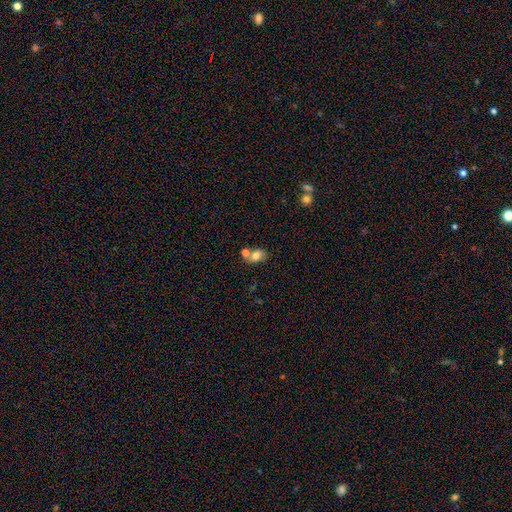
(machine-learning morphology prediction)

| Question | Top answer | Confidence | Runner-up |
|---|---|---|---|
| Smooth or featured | smooth | 72% | featured or disk (18%) |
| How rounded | in between | 74% | round (24%) |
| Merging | none | 50% | merger (34%) |